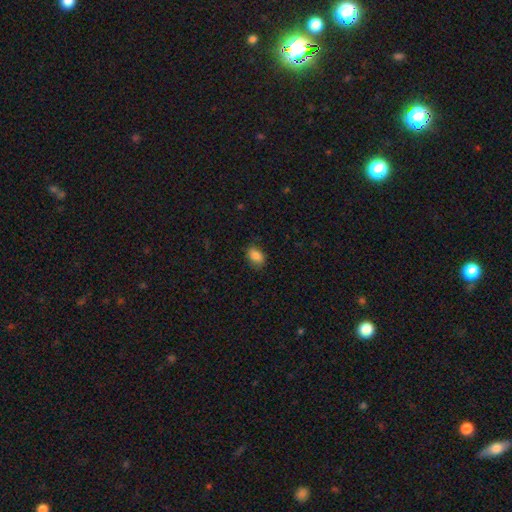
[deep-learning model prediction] smooth-or-featured: smooth: 86% | star or artifact: 9% | featured or disk: 5%
  how-rounded: in between: 77% | round: 22% | cigar-shaped: 1%
  merging: none: 78% | minor disturbance: 17% | major disturbance: 4% | merger: 1%